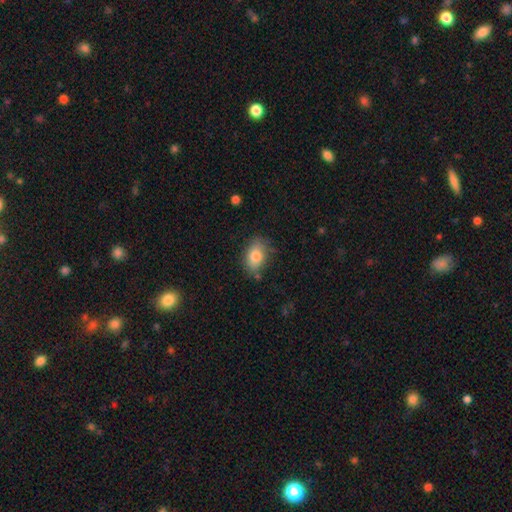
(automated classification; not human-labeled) smooth 81%, featured or disk 11%, star or artifact 8%. Down the decision tree: how rounded — in between (85%); merging — none (75%).